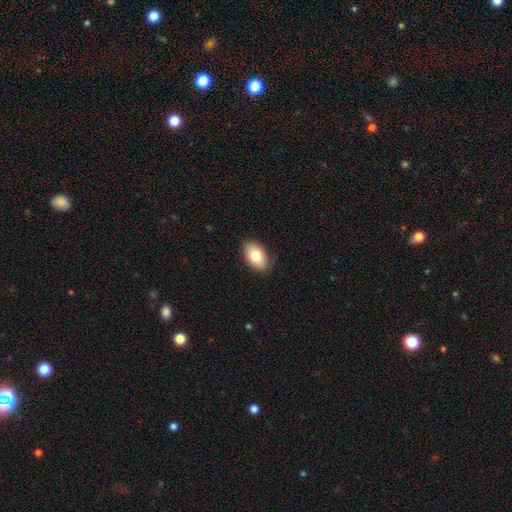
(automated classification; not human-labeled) Overall: smooth (80%). How rounded: in between (92%). Merging: none (85%).